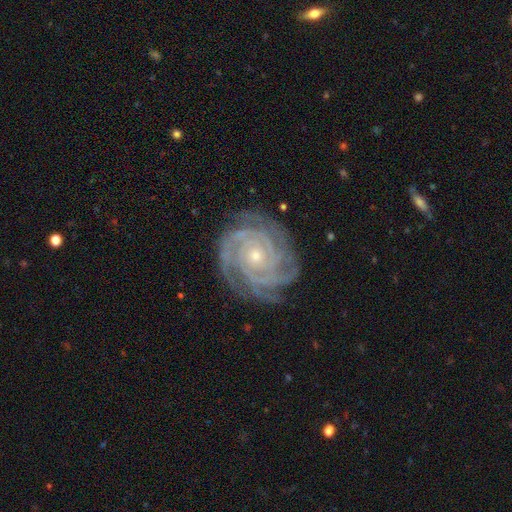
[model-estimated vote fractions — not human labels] Q: Smooth or featured?
A: featured or disk (92%); runner-up: star or artifact (5%)
Q: Edge-on disk?
A: no (98%); runner-up: yes (2%)
Q: Bar?
A: no (79%); runner-up: weak (15%)
Q: Spiral arms?
A: yes (99%); runner-up: no (1%)
Q: Spiral winding?
A: tight (83%); runner-up: medium (16%)
Q: Spiral arm count?
A: 4 (32%); runner-up: 3 (23%)
Q: Bulge size?
A: small (70%); runner-up: moderate (27%)
Q: Merging?
A: none (81%); runner-up: minor disturbance (13%)